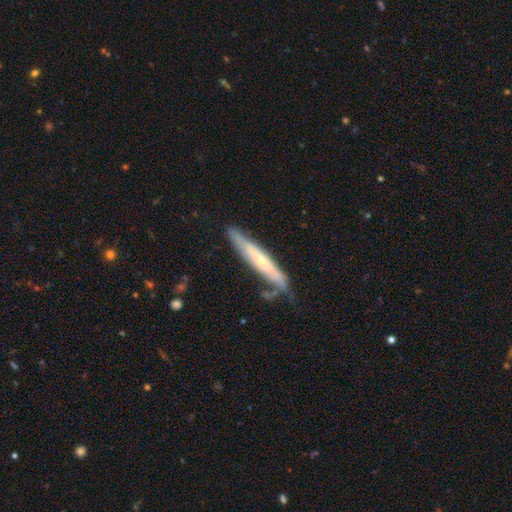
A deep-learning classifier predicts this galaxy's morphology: Q: Smooth or featured?
A: featured or disk (58%); runner-up: smooth (35%)
Q: Edge-on disk?
A: yes (73%); runner-up: no (27%)
Q: Merging?
A: none (65%); runner-up: minor disturbance (23%)